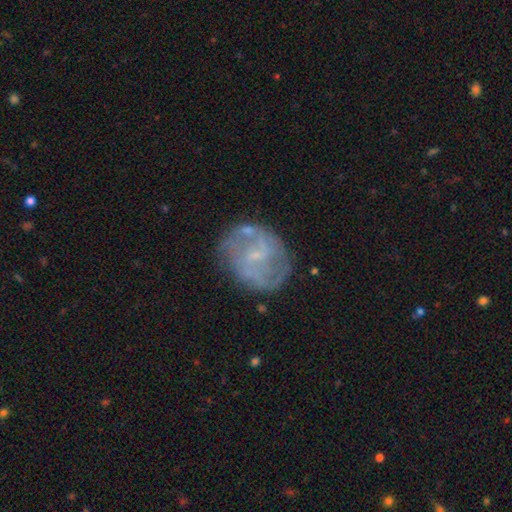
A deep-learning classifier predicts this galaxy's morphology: Smooth or featured?
  - featured or disk: 72% *
  - smooth: 20%
  - star or artifact: 8%
Edge-on disk?
  - no: 98% *
  - yes: 2%
Bar?
  - weak: 51% *
  - no: 37%
  - strong: 12%
Spiral arms?
  - yes: 77% *
  - no: 23%
Spiral winding?
  - medium: 45% *
  - loose: 28%
  - tight: 27%
Spiral arm count?
  - 2: 58% *
  - can't tell: 26%
  - 3: 7%
  - 1: 4%
  - 4: 3%
  - more than 4: 3%
Bulge size?
  - small: 66% *
  - none: 17%
  - moderate: 15%
  - large: 1%
  - dominant: 1%
Merging?
  - none: 67% *
  - minor disturbance: 19%
  - major disturbance: 9%
  - merger: 4%